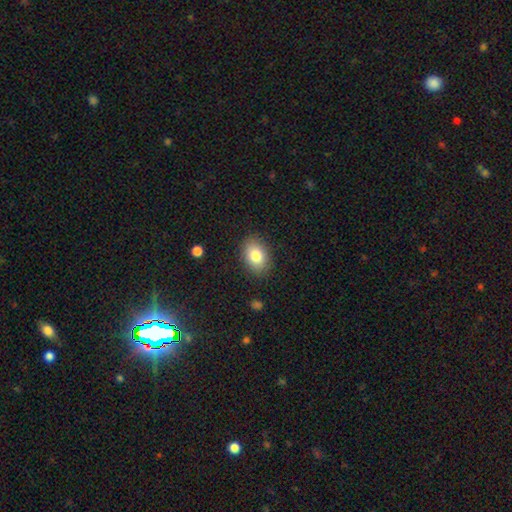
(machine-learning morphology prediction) A smooth galaxy with no disk features (81%) that is in between round and cigar-shaped (80%).

Vote fractions:
- Smooth or featured? smooth: 81% / featured or disk: 11% / star or artifact: 8%
- How rounded? in between: 80% / round: 19% / cigar-shaped: 1%
- Merging? none: 87% / minor disturbance: 10% / major disturbance: 3% / merger: 1%